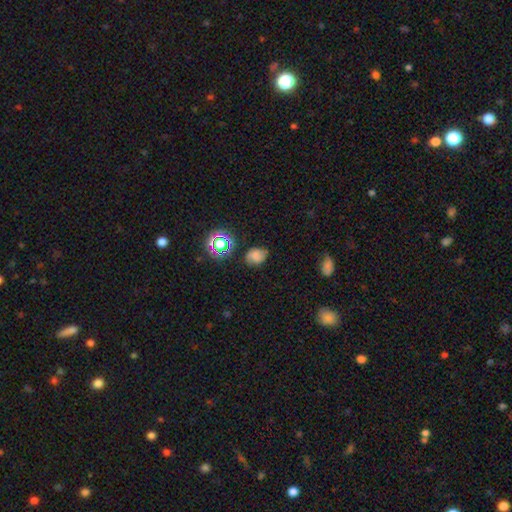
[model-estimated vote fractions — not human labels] Smooth or featured? Predicted: smooth (p=0.66). How rounded? Predicted: in between (p=0.57). Merging? Predicted: none (p=0.67).